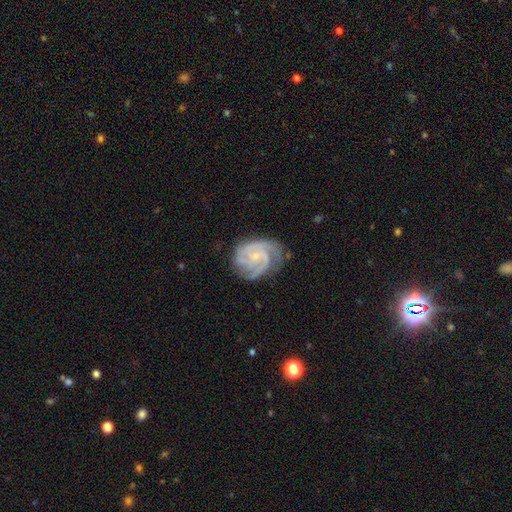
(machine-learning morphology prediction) smooth-or-featured: featured or disk: 88% | smooth: 7% | star or artifact: 5%
  disk-edge-on: no: 98% | yes: 2%
    bar: no: 67% | weak: 28% | strong: 5%
    has-spiral-arms: yes: 98% | no: 2%
      spiral-winding: tight: 61% | medium: 34% | loose: 5%
      spiral-arm-count: 3: 47% | 2: 19% | 4: 12% | can't tell: 12% | 1: 5% | more than 4: 5%
    bulge-size: small: 77% | moderate: 16% | none: 5% | large: 1% | dominant: 1%
  merging: none: 69% | minor disturbance: 21% | major disturbance: 8% | merger: 1%